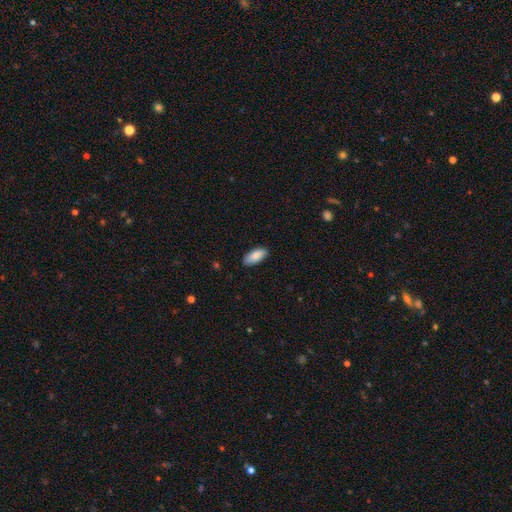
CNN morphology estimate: Smooth or featured? smooth (87%)
How rounded? in between (87%)
Merging? none (88%)